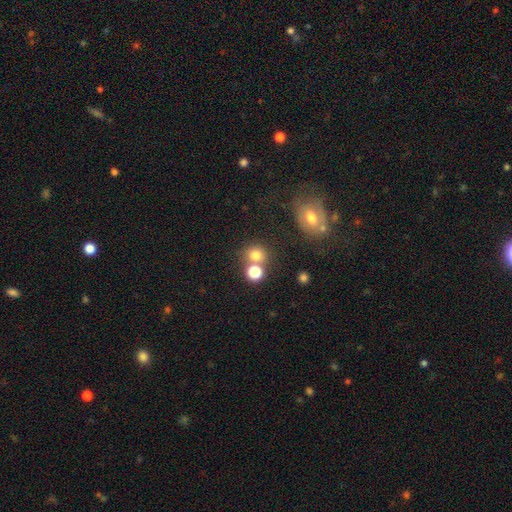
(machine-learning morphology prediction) A smooth galaxy with no disk features (75%) that is round (80%).

Vote fractions:
- Smooth or featured? smooth: 75% / star or artifact: 16% / featured or disk: 9%
- How rounded? round: 80% / in between: 19% / cigar-shaped: 1%
- Merging? none: 59% / merger: 27% / minor disturbance: 9% / major disturbance: 4%